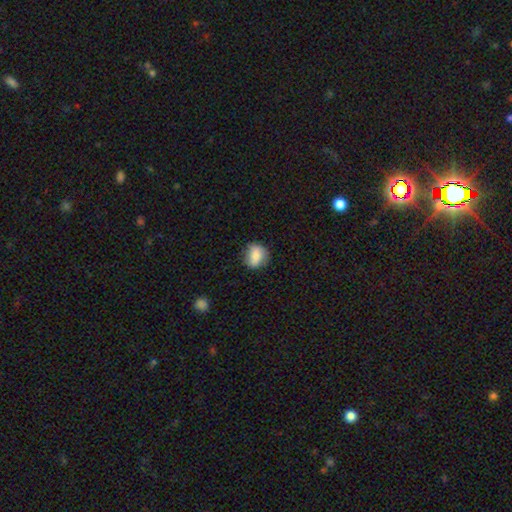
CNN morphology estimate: Smooth or featured: smooth — 81% (featured or disk — 11%)
How rounded: round — 55% (in between — 43%)
Merging: none — 71% (minor disturbance — 22%)